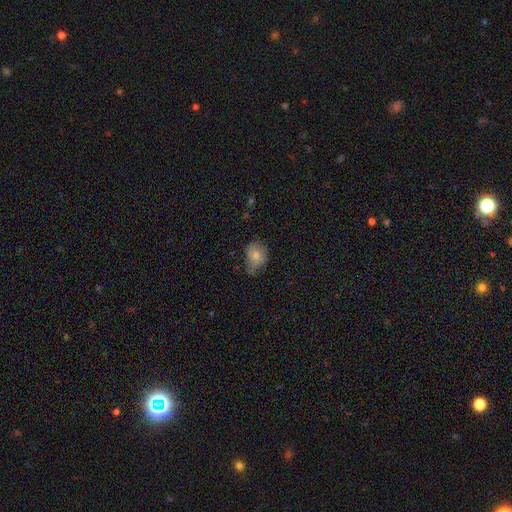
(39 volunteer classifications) A smooth galaxy with no disk features (79%) that is in between round and cigar-shaped (65%).

Vote fractions:
- Smooth or featured? smooth: 79% / featured or disk: 15% / star or artifact: 5%
- How rounded? in between: 65% / round: 35% / cigar-shaped: 0%
- Merging? none: 49% / minor disturbance: 38% / major disturbance: 14% / merger: 0%